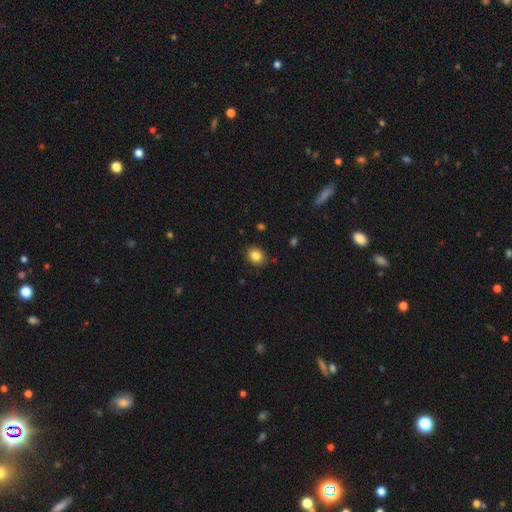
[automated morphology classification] Smooth or featured: smooth — 84% (star or artifact — 10%)
How rounded: round — 66% (in between — 33%)
Merging: none — 89% (minor disturbance — 8%)